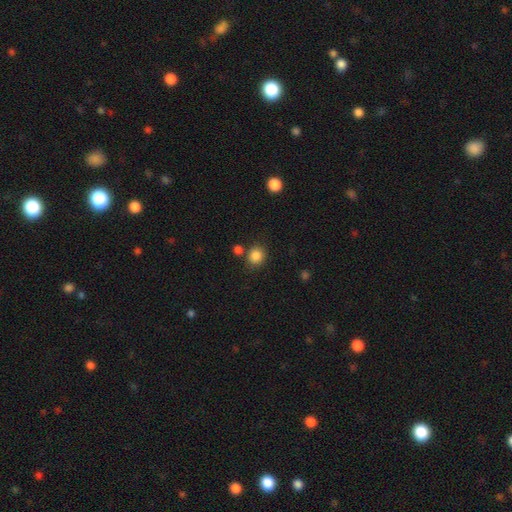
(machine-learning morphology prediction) Smooth or featured? Predicted: smooth (p=0.86). How rounded? Predicted: round (p=0.81). Merging? Predicted: none (p=0.77).